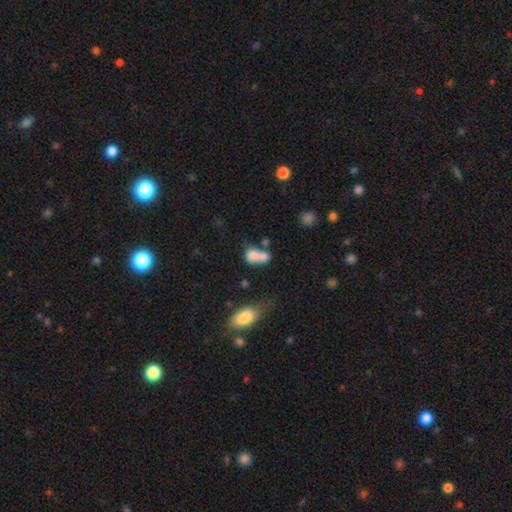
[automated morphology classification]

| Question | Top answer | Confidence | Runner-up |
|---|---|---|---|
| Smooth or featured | smooth | 70% | featured or disk (20%) |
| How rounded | in between | 70% | round (27%) |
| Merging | merger | 65% | none (18%) |